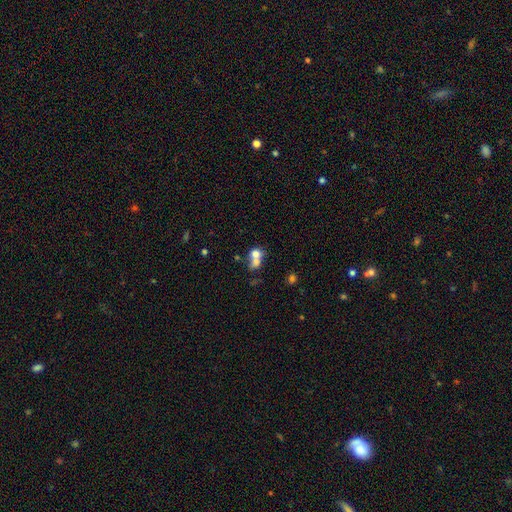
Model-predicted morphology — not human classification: smooth_or_featured: smooth (p=0.67) [alt: featured or disk p=0.22]
how_rounded: round (p=0.59) [alt: in between p=0.39]
merging: merger (p=0.68) [alt: none p=0.21]